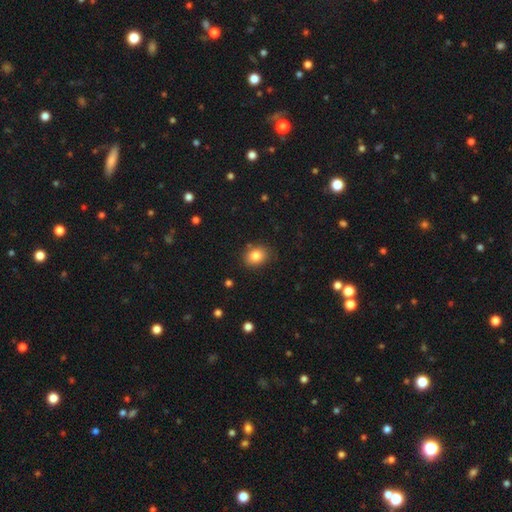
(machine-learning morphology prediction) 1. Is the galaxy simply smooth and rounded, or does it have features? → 83% smooth, 10% star or artifact, 8% featured or disk.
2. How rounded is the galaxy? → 52% in between, 47% round, 1% cigar-shaped.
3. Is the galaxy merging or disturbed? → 85% none, 11% minor disturbance, 2% major disturbance, 2% merger.